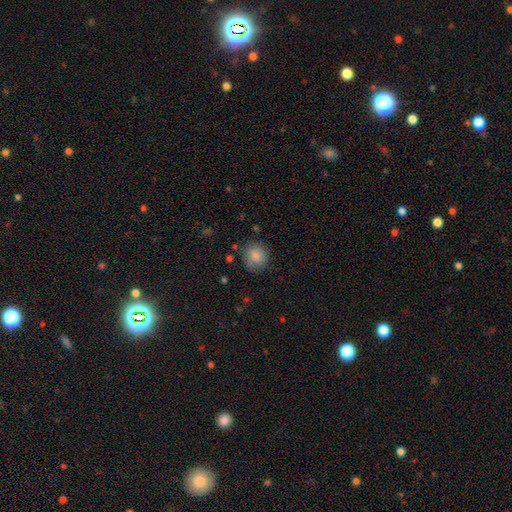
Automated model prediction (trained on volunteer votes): Q: Smooth or featured?
A: smooth (85%); runner-up: star or artifact (8%)
Q: How rounded?
A: round (89%); runner-up: in between (10%)
Q: Merging?
A: none (82%); runner-up: minor disturbance (13%)